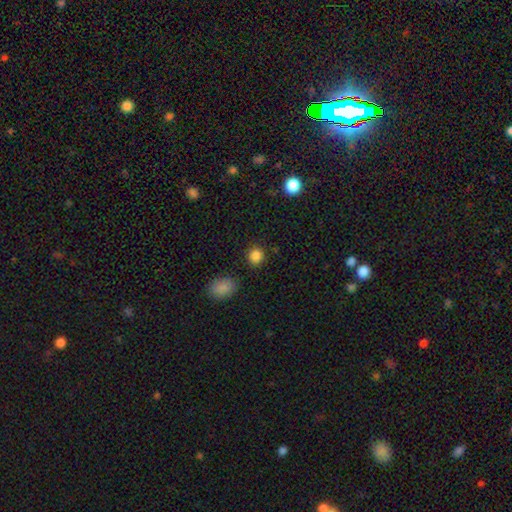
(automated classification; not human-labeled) Smooth or featured? smooth (86%)
How rounded? round (83%)
Merging? none (85%)